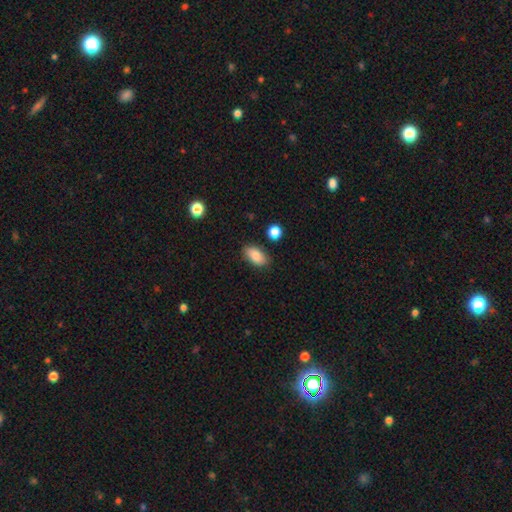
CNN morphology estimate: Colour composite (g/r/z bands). It shows a smooth galaxy with no disk features (86%) that is in between round and cigar-shaped (91%). Merging: none (83%).